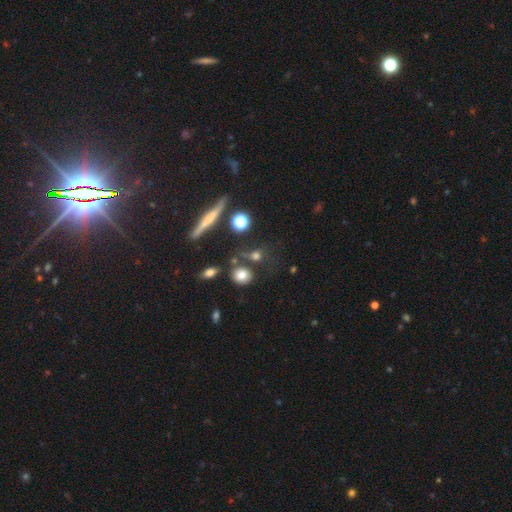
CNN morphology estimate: Overall: smooth (66%). How rounded: round (69%). Merging: none (62%).